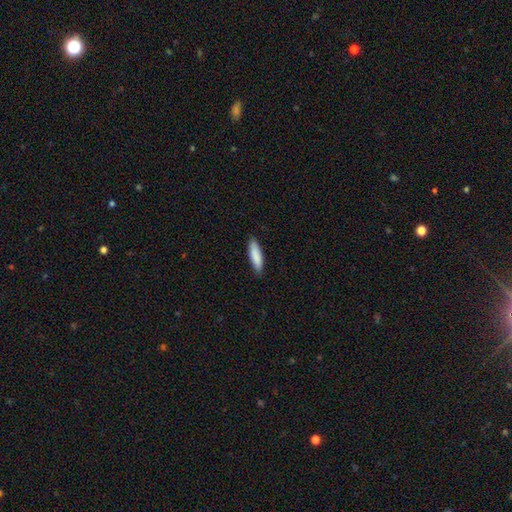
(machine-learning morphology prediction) Overall: smooth (87%). How rounded: cigar-shaped (66%; in between 33%). Merging: none (87%).